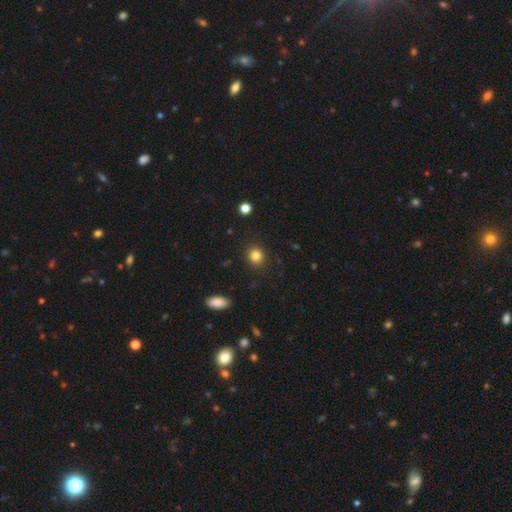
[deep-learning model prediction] This appears to be a smooth galaxy with no disk features (84%) that is round (83%). Merging: none (90%).